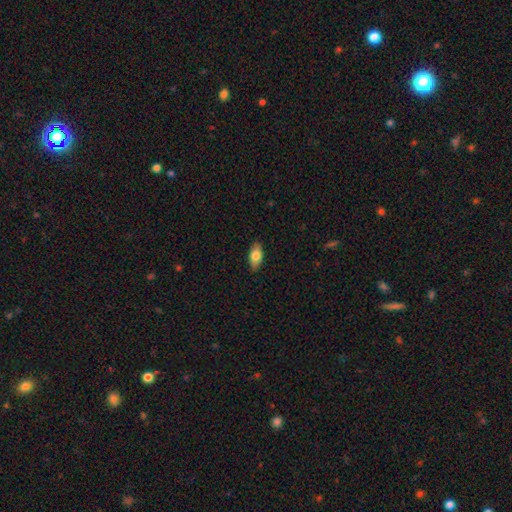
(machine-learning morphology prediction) smooth 78%, featured or disk 15%, star or artifact 7%. Down the decision tree: how rounded — in between (88%); merging — none (88%).